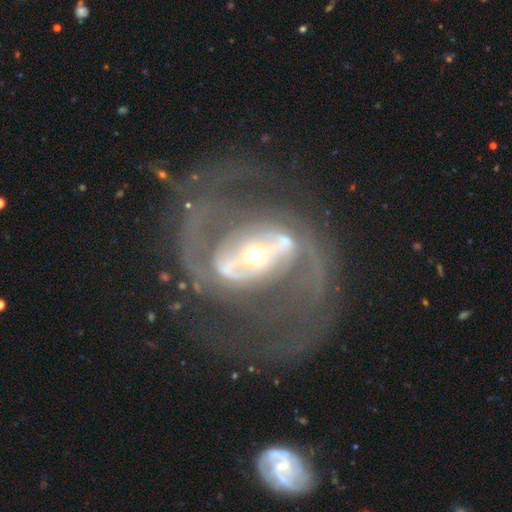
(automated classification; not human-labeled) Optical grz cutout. It shows a featured or disk galaxy (89%) with a strong bar (54%), 2 (88%) medium (54%) spiral arms (91%) and a moderate central bulge (49%). Merging: none (62%).